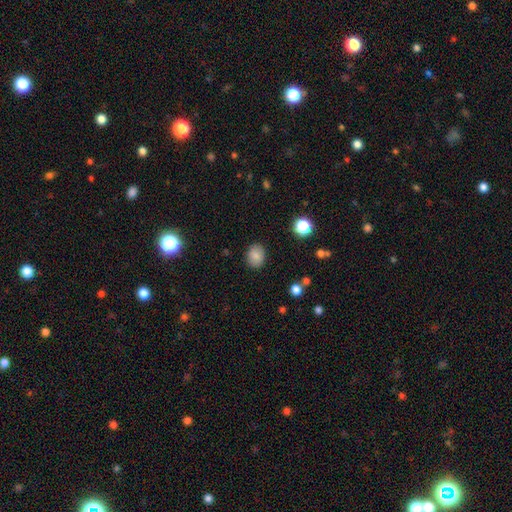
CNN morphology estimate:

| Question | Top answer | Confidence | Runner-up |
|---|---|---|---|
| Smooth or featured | smooth | 83% | star or artifact (10%) |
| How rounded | in between | 50% | round (49%) |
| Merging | none | 87% | minor disturbance (9%) |